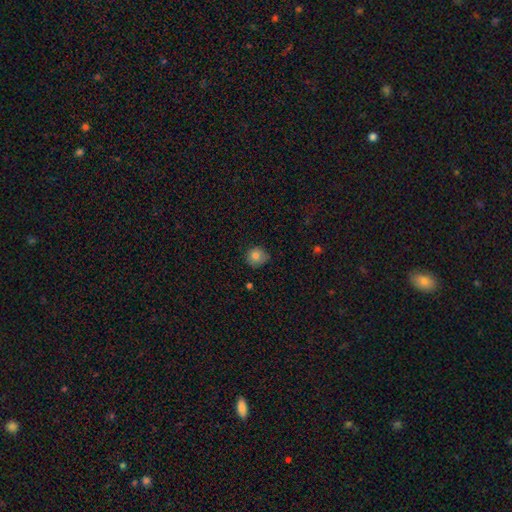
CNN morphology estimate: type=smooth (81%); roundness=round (88%); merging=none (73%).